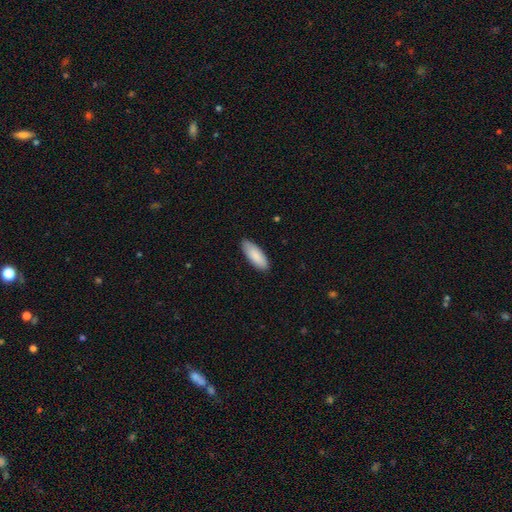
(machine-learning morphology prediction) This is clearly a smooth galaxy (88%). How rounded: likely in between (74%). Merging: clearly none (87%).